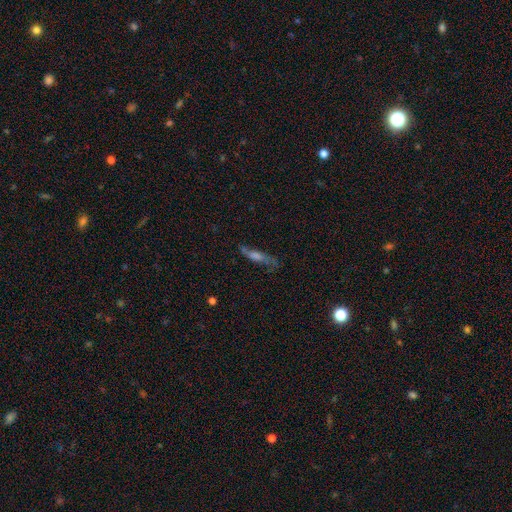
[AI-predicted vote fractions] The model was most divided on "edge-on disk": yes: 54%, no: 46%. More confident: merging — none (61%); smooth or featured — featured or disk (57%).